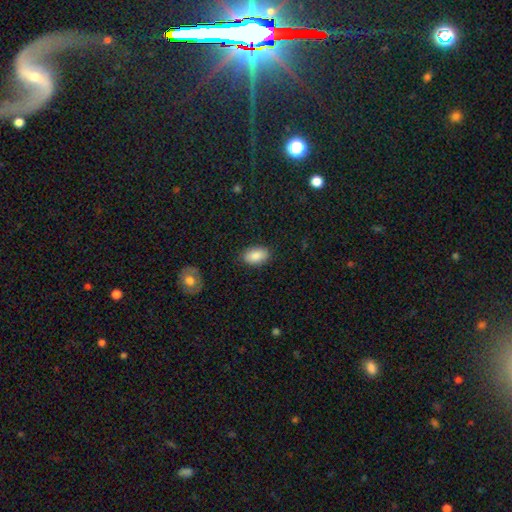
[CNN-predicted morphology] Smooth or featured? Predicted: smooth (p=0.87). How rounded? Predicted: in between (p=0.92). Merging? Predicted: none (p=0.86).